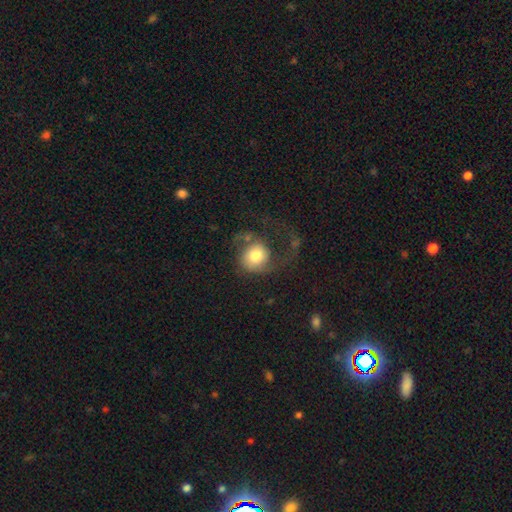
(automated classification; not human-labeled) Smooth or featured? smooth (55%)
How rounded? round (76%)
Merging? major disturbance (49%)